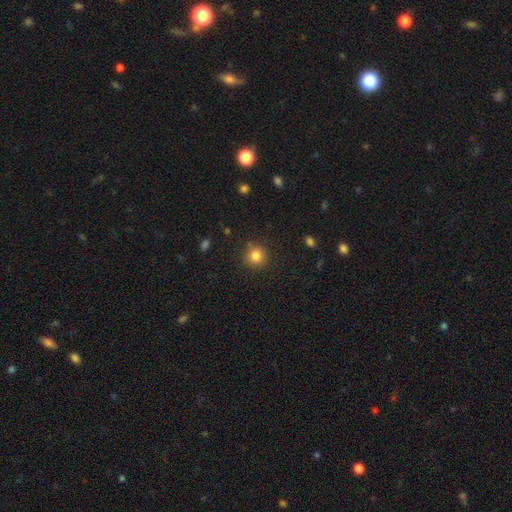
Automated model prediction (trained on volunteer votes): Smooth or featured? Predicted: smooth (p=0.83). How rounded? Predicted: round (p=0.92). Merging? Predicted: none (p=0.87).